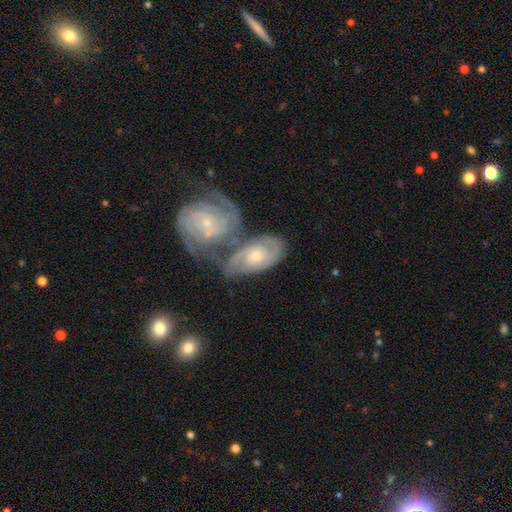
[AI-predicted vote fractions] The model was most divided on "spiral arm count": 2: 36%, can't tell: 33%, 3: 17%, 4: 5%, 1: 4%, more than 4: 4%. Remaining: edge-on disk — no (95%); spiral arms — yes (92%); smooth or featured — featured or disk (79%); bar — no (72%); spiral winding — tight (67%); bulge size — small (58%); merging — merger (50%).